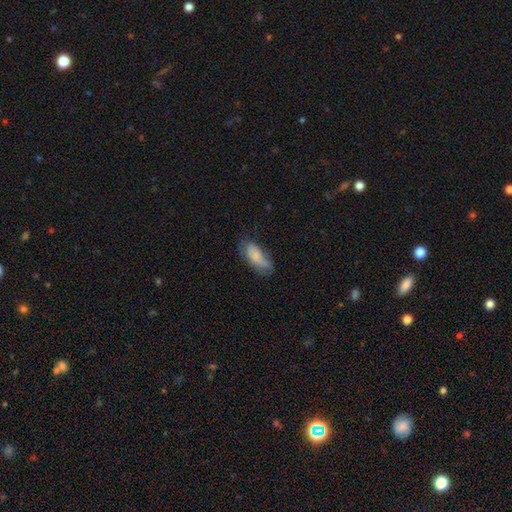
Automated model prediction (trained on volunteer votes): Overall: smooth (73%). How rounded: in between (81%). Merging: none (50%; minor disturbance 32%).